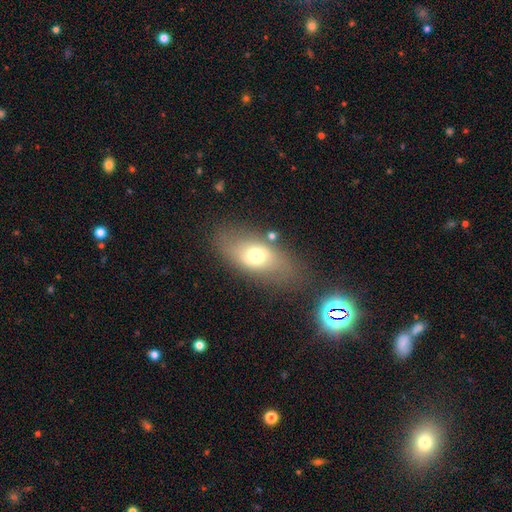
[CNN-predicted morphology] Smooth or featured: smooth — 60% (featured or disk — 29%)
How rounded: in between — 83% (round — 10%)
Merging: none — 70% (minor disturbance — 16%)